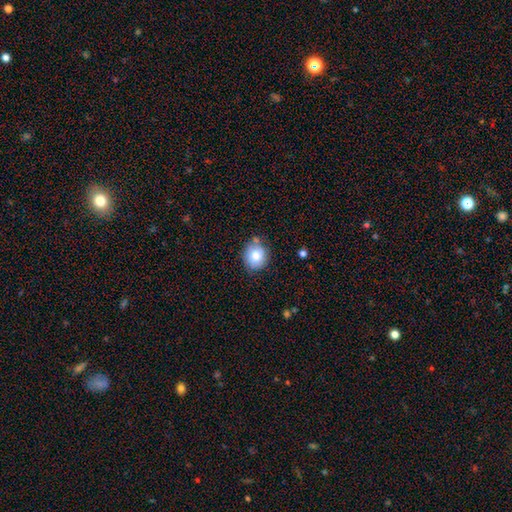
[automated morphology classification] Smooth or featured? smooth (79%)
How rounded? round (80%)
Merging? none (75%)